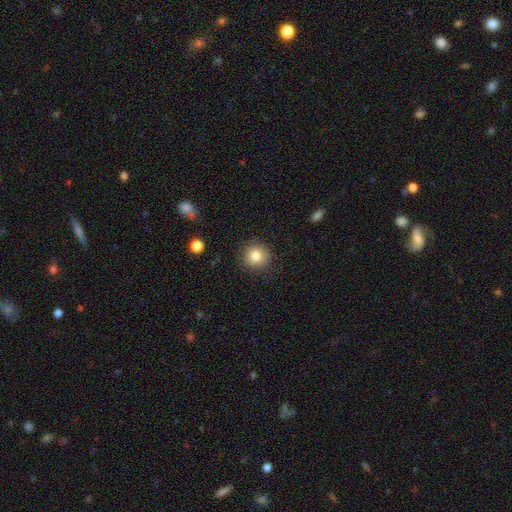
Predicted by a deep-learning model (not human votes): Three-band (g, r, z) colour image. It shows a smooth galaxy with no disk features (82%) that is round (92%). Merging: none (88%).